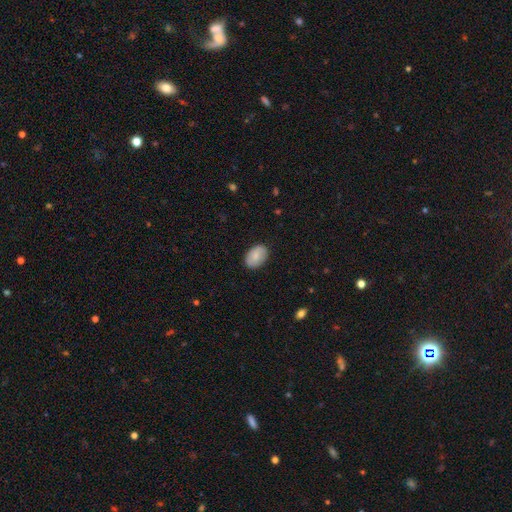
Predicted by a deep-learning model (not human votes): Overall: smooth (80%). How rounded: in between (87%). Merging: none (86%).